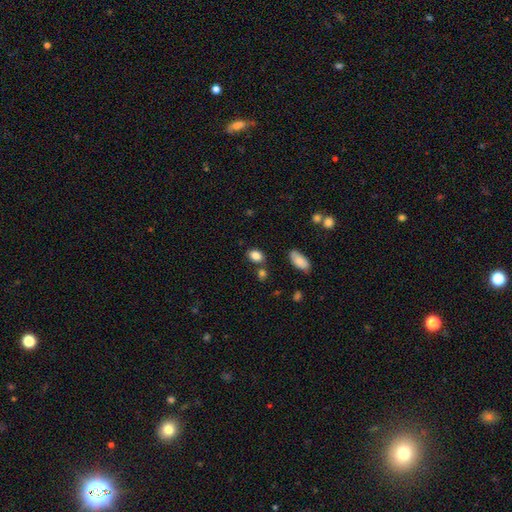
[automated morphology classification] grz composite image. It shows a smooth galaxy with no disk features (85%) that is in between round and cigar-shaped (77%). Merging: none (72%).